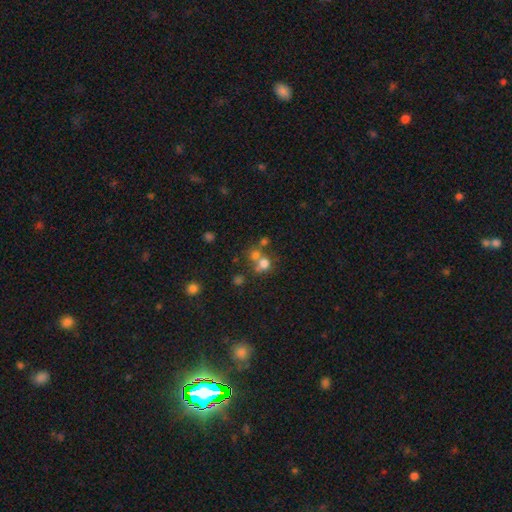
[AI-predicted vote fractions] This is possibly a smooth galaxy (47%). Merging: possibly none (50%).